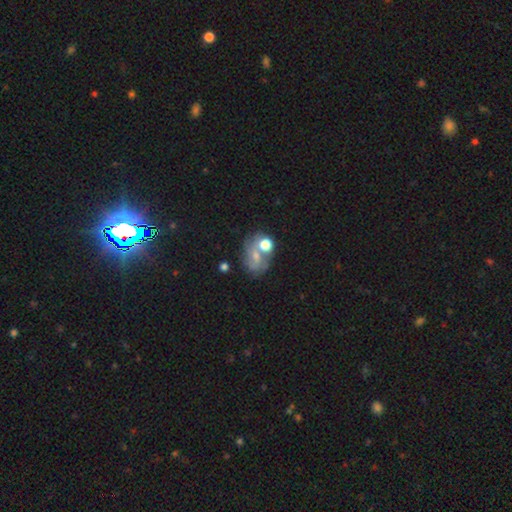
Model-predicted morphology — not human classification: Overall: smooth (45%; featured or disk 38%). Merging: none (41%; merger 29%).